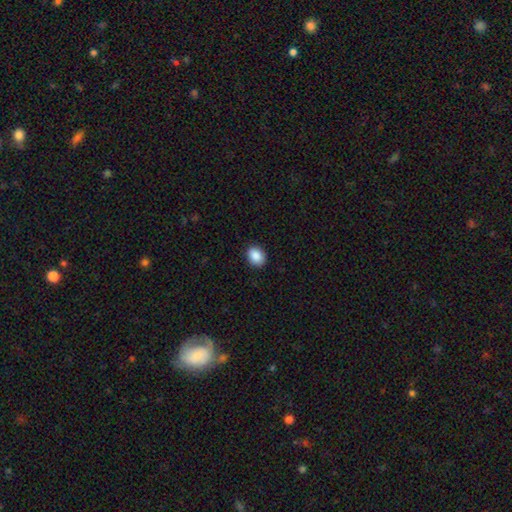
smooth_or_featured: smooth (p=0.95) [alt: featured or disk p=0.03]
how_rounded: round (p=0.51) [alt: in between p=0.49]
merging: none (p=0.89) [alt: minor disturbance p=0.08]